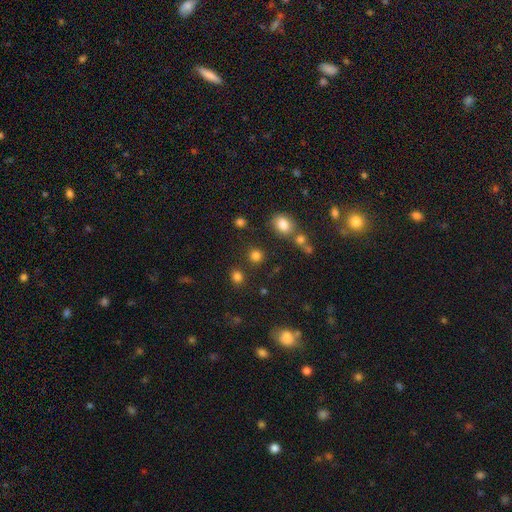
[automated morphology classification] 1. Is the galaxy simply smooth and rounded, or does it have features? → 80% smooth, 16% star or artifact, 5% featured or disk.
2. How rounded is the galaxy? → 86% round, 13% in between, 1% cigar-shaped.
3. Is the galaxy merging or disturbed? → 80% none, 9% merger, 8% minor disturbance, 4% major disturbance.